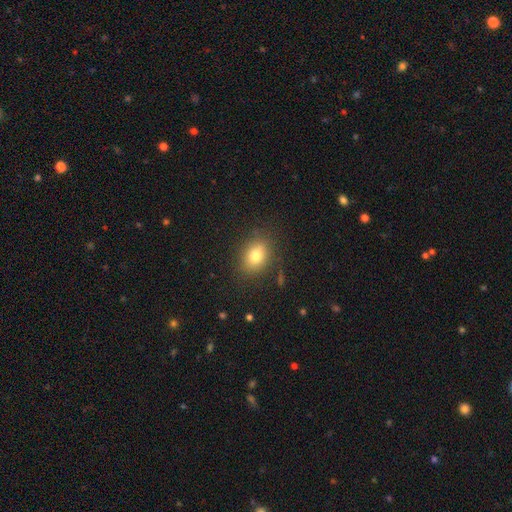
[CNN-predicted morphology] Smooth or featured?
  - smooth: 78% *
  - star or artifact: 11%
  - featured or disk: 11%
How rounded?
  - in between: 63% *
  - round: 36%
  - cigar-shaped: 2%
Merging?
  - none: 83% *
  - minor disturbance: 11%
  - major disturbance: 4%
  - merger: 2%